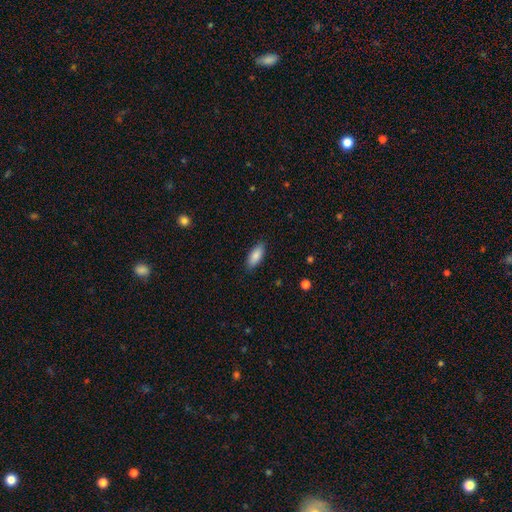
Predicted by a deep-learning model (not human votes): This is clearly a smooth galaxy (86%). How rounded: likely in between (79%). Merging: clearly none (87%).